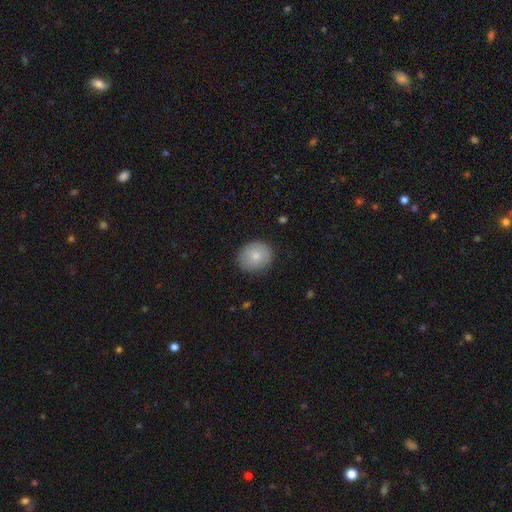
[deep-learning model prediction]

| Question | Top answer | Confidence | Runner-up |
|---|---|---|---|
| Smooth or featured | smooth | 80% | featured or disk (13%) |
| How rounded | round | 71% | in between (28%) |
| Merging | none | 86% | minor disturbance (11%) |